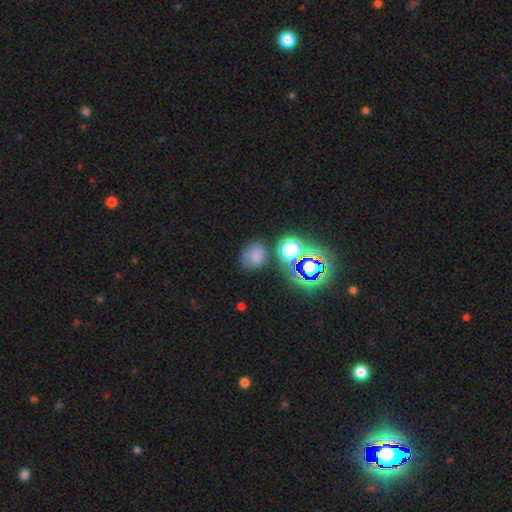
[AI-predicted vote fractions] Smooth or featured? Predicted: smooth (p=0.64). How rounded? Predicted: round (p=0.63). Merging? Predicted: none (p=0.63).